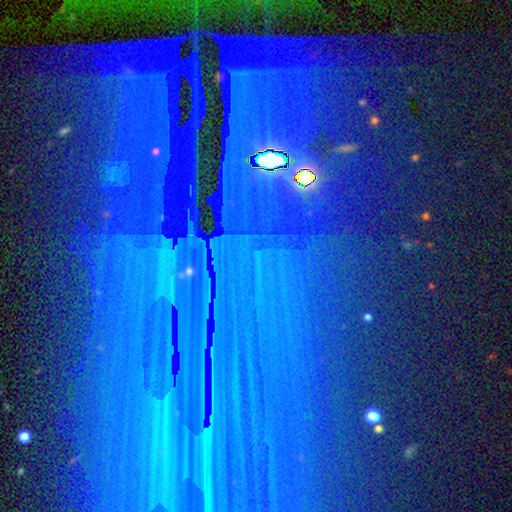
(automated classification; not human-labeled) smooth-or-featured: star or artifact: 82% | smooth: 9% | featured or disk: 9%